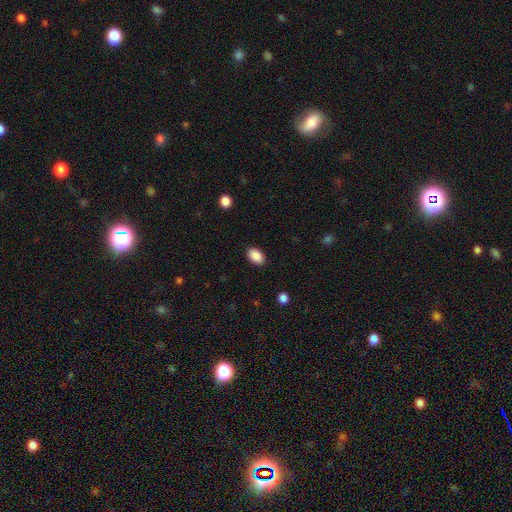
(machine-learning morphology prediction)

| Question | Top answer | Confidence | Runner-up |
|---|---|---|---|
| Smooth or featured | smooth | 90% | star or artifact (7%) |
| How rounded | in between | 90% | round (9%) |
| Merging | none | 88% | minor disturbance (8%) |